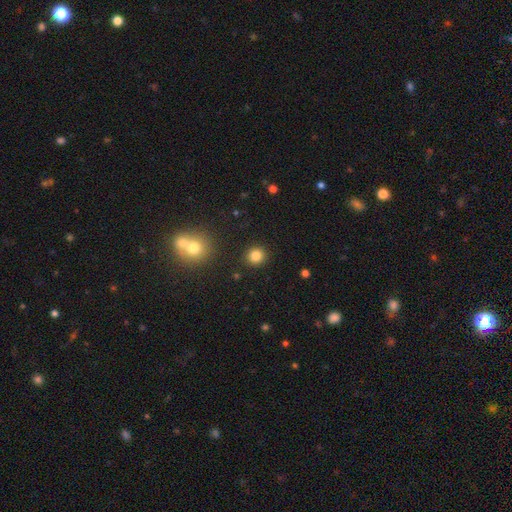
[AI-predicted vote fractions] Smooth or featured?
  - smooth: 84% *
  - star or artifact: 12%
  - featured or disk: 5%
How rounded?
  - round: 91% *
  - in between: 8%
  - cigar-shaped: 1%
Merging?
  - none: 91% *
  - minor disturbance: 5%
  - merger: 2%
  - major disturbance: 2%